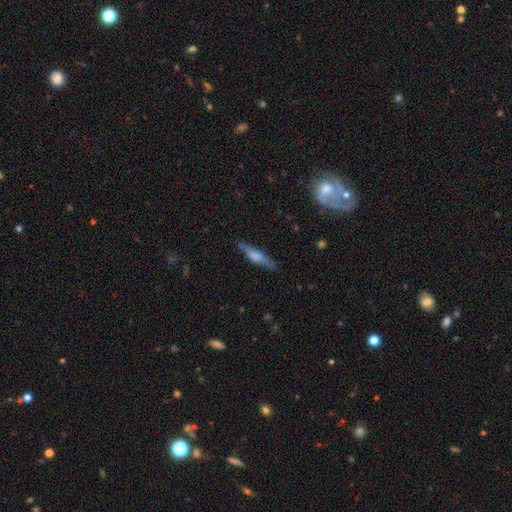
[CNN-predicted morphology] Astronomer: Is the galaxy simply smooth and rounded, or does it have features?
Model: smooth — 48% (runner-up: featured or disk, 46%).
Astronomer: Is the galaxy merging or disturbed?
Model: none — 82%.